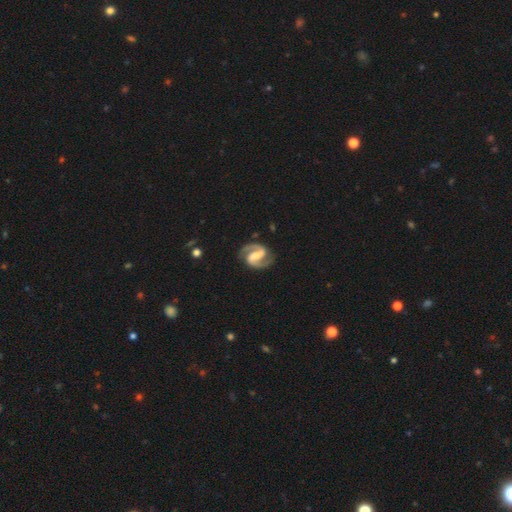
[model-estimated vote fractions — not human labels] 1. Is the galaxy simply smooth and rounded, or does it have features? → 92% featured or disk, 4% smooth, 3% star or artifact.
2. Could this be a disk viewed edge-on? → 98% no, 2% yes.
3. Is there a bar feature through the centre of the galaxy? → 59% strong, 32% weak, 9% no.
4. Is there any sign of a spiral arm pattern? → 98% yes, 2% no.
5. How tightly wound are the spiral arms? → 61% medium, 25% tight, 14% loose.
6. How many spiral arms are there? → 94% 2, 1% can't tell, 1% 1, 1% 3, 1% 4, 1% more than 4.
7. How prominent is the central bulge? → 42% moderate, 31% small, 16% none, 9% large, 2% dominant.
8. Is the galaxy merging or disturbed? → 86% none, 10% minor disturbance, 3% major disturbance, 1% merger.